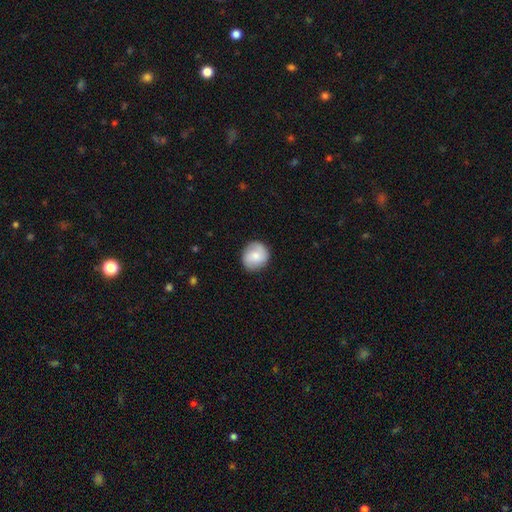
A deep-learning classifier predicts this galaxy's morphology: smooth_or_featured: smooth (p=0.69) [alt: featured or disk p=0.24]
how_rounded: round (p=0.86) [alt: in between p=0.13]
merging: none (p=0.85) [alt: minor disturbance p=0.11]